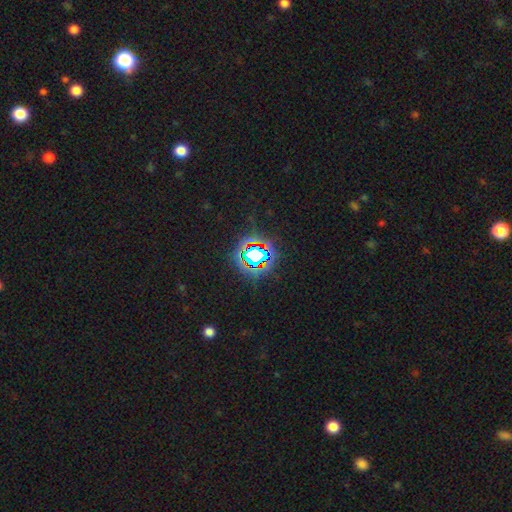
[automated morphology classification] smooth_or_featured: star or artifact (p=0.74) [alt: smooth p=0.15]